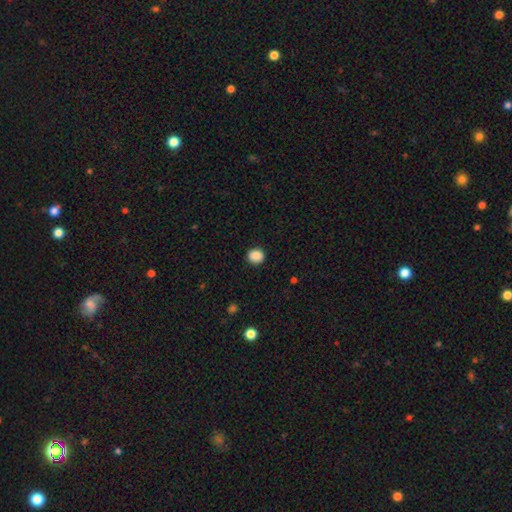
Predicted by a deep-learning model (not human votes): The model was most divided on "how rounded": round: 74%, in between: 25%, cigar-shaped: 1%. More confident: merging — none (89%); smooth or featured — smooth (88%).